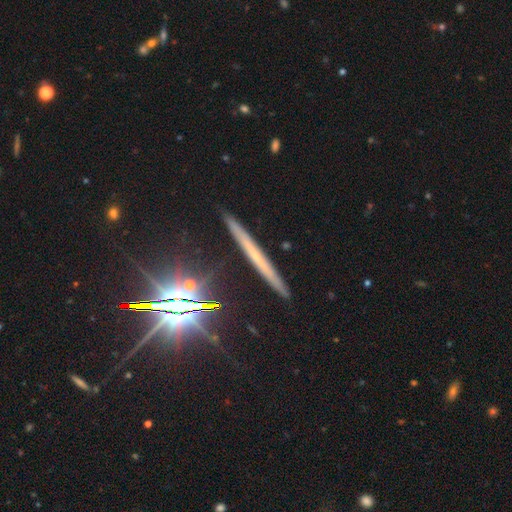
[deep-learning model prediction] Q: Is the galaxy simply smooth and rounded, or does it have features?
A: featured or disk — 48%.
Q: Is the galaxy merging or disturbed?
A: none — 88%.